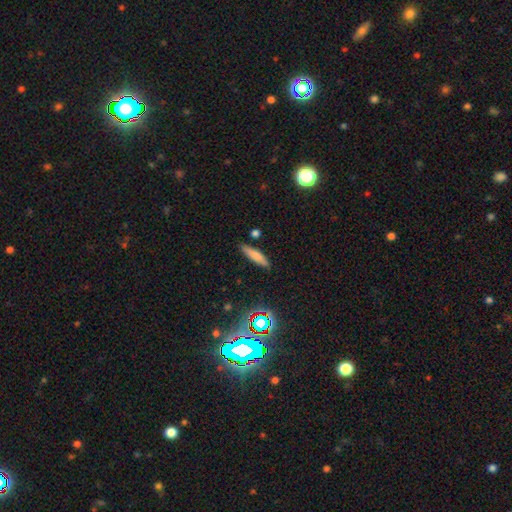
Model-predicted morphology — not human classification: Smooth or featured? Predicted: smooth (p=0.73). How rounded? Predicted: cigar-shaped (p=0.75). Merging? Predicted: none (p=0.84).